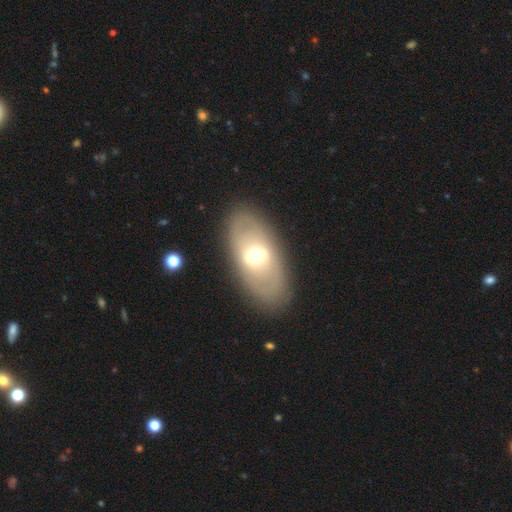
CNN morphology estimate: Smooth or featured? featured or disk (48%)
Merging? none (85%)